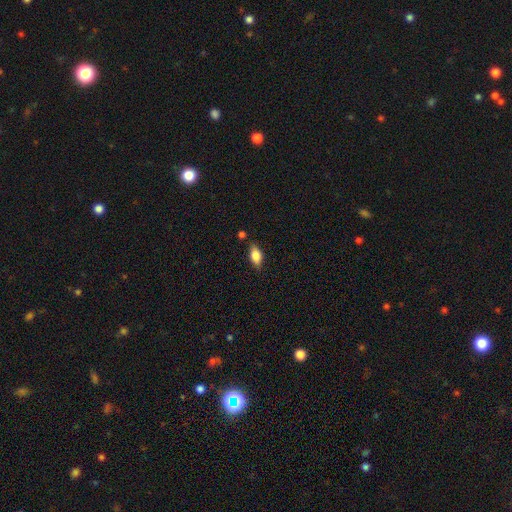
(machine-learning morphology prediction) smooth_or_featured: smooth (p=0.74) [alt: featured or disk p=0.18]
how_rounded: in between (p=0.86) [alt: cigar-shaped p=0.09]
merging: none (p=0.79) [alt: minor disturbance p=0.14]